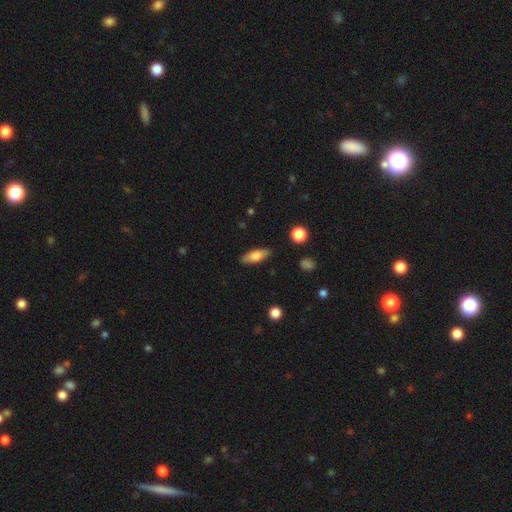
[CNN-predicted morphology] Q: Smooth or featured?
A: smooth (72%); runner-up: featured or disk (21%)
Q: How rounded?
A: in between (68%); runner-up: cigar-shaped (29%)
Q: Merging?
A: none (86%); runner-up: minor disturbance (10%)